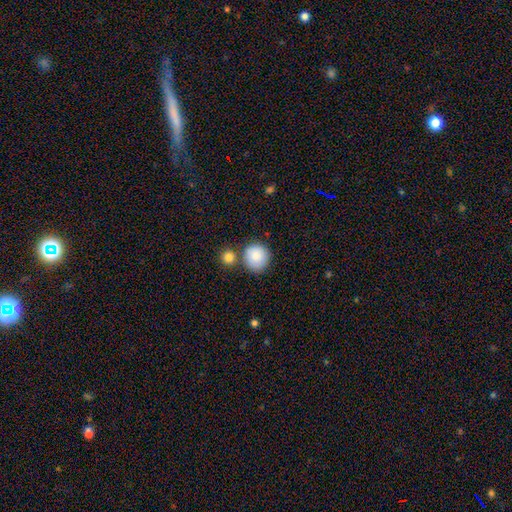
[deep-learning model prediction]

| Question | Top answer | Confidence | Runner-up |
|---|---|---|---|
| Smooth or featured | smooth | 87% | star or artifact (8%) |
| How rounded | round | 90% | in between (9%) |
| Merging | none | 72% | merger (14%) |